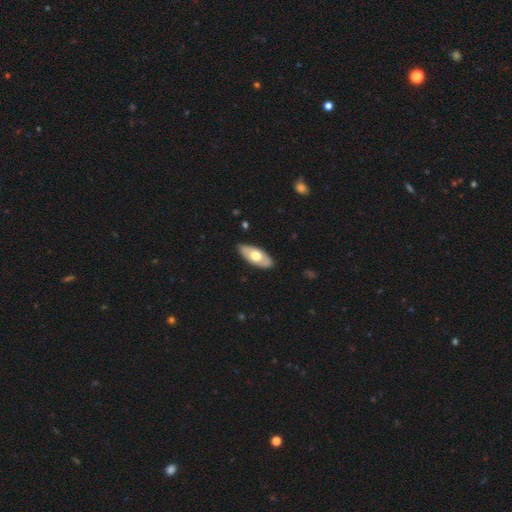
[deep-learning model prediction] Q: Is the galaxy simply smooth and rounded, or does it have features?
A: smooth — 57%.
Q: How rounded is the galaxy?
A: in between — 87%.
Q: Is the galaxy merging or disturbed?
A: none — 86%.